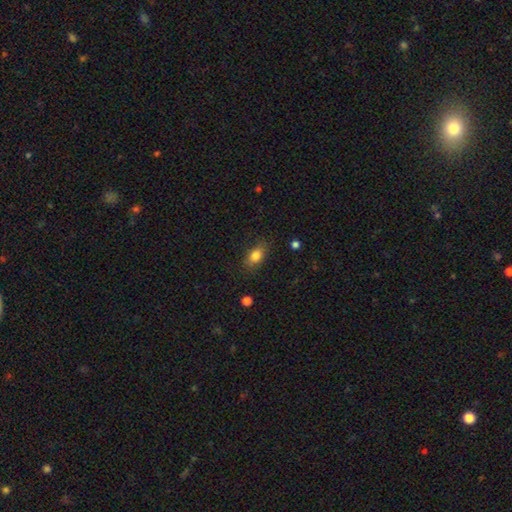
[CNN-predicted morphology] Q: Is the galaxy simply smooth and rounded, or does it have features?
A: smooth — 82%.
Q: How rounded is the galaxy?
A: in between — 79%.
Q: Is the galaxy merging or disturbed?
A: none — 80%.